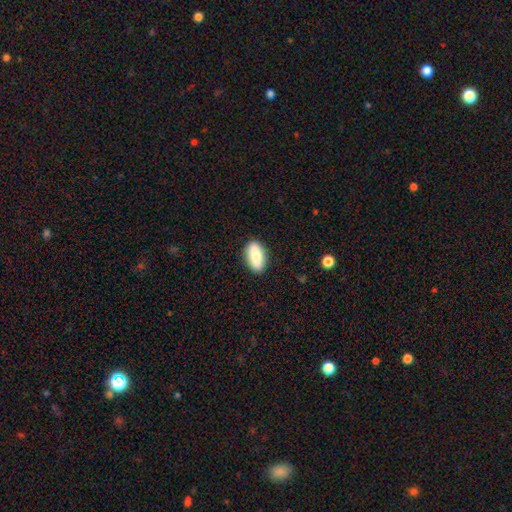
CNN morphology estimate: Smooth or featured?
  - smooth: 84% *
  - featured or disk: 10%
  - star or artifact: 6%
How rounded?
  - in between: 88% *
  - cigar-shaped: 9%
  - round: 3%
Merging?
  - none: 88% *
  - minor disturbance: 9%
  - major disturbance: 2%
  - merger: 1%